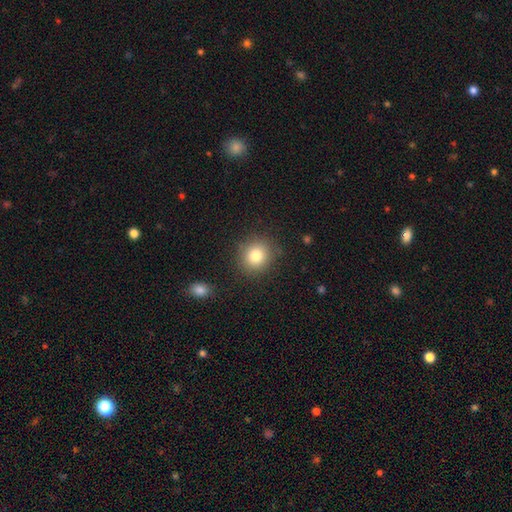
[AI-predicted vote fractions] smooth-or-featured: smooth: 81% | star or artifact: 11% | featured or disk: 8%
  how-rounded: round: 85% | in between: 14% | cigar-shaped: 1%
  merging: none: 87% | minor disturbance: 8% | major disturbance: 3% | merger: 2%